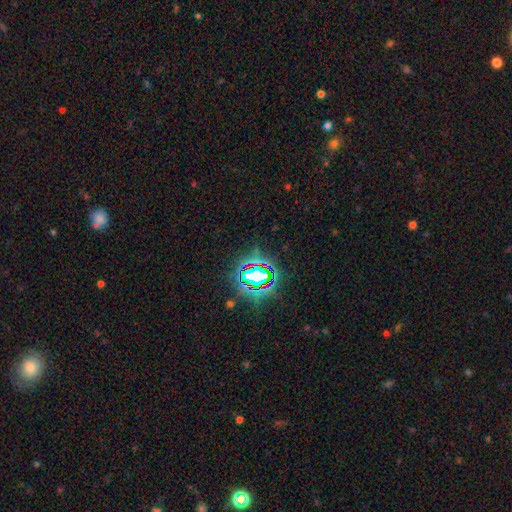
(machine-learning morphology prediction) Q: Smooth or featured?
A: star or artifact (81%); runner-up: smooth (11%)